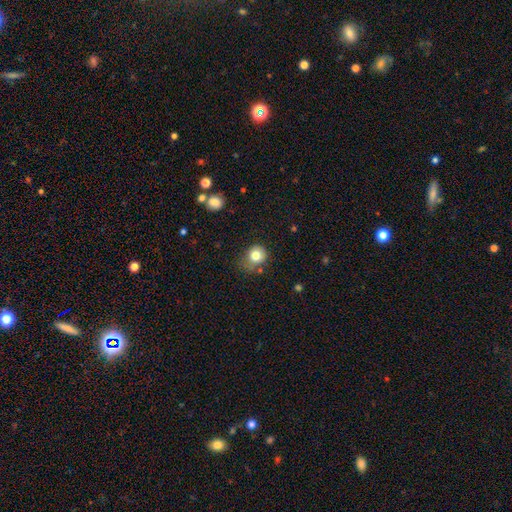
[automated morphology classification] The model was most divided on "merging": none: 56%, minor disturbance: 29%, major disturbance: 10%, merger: 4%. More confident: smooth or featured — smooth (79%); how rounded — round (77%).